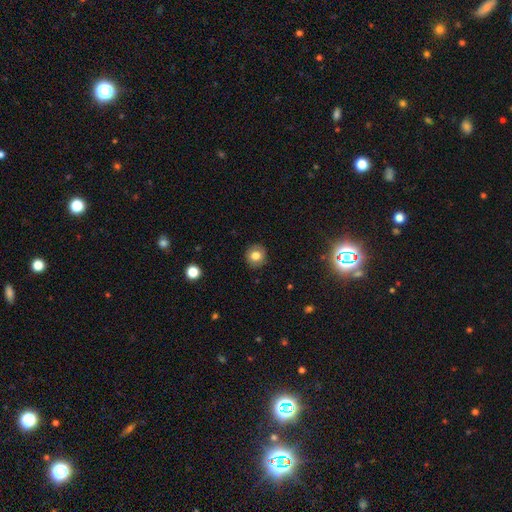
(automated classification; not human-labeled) smooth 77%, featured or disk 12%, star or artifact 11%. Down the decision tree: how rounded — round (88%); merging — none (89%).